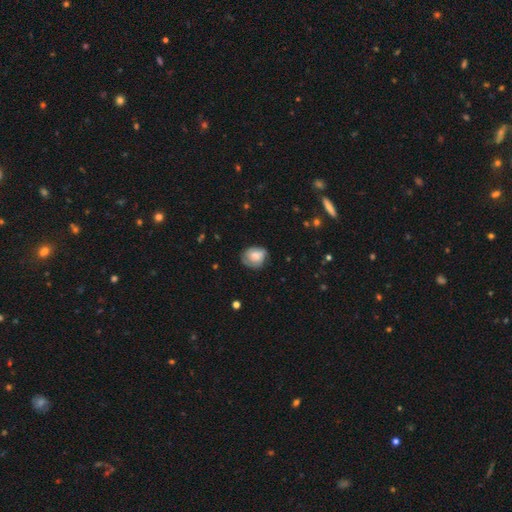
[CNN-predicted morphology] Q: Smooth or featured?
A: smooth (55%); runner-up: featured or disk (38%)
Q: How rounded?
A: round (57%); runner-up: in between (42%)
Q: Merging?
A: none (62%); runner-up: minor disturbance (27%)